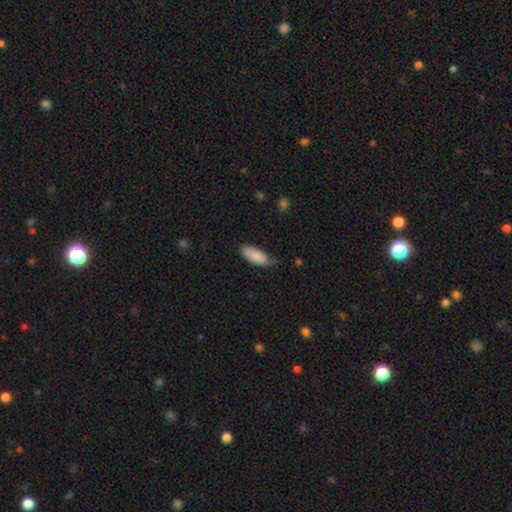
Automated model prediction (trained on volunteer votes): A smooth galaxy with no disk features (86%) that is in between round and cigar-shaped (85%). Merging: none (58%).